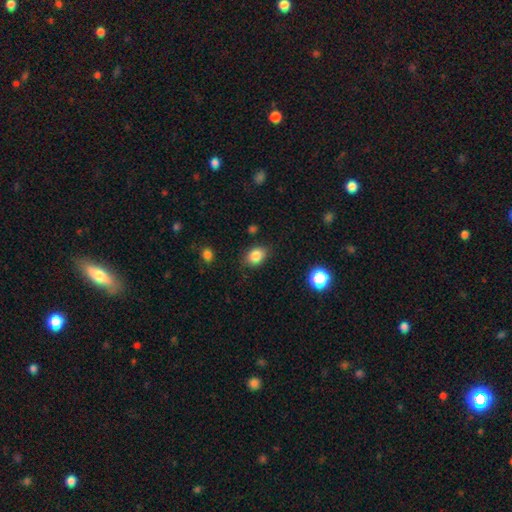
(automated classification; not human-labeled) Smooth or featured? smooth (84%)
How rounded? in between (63%)
Merging? none (80%)